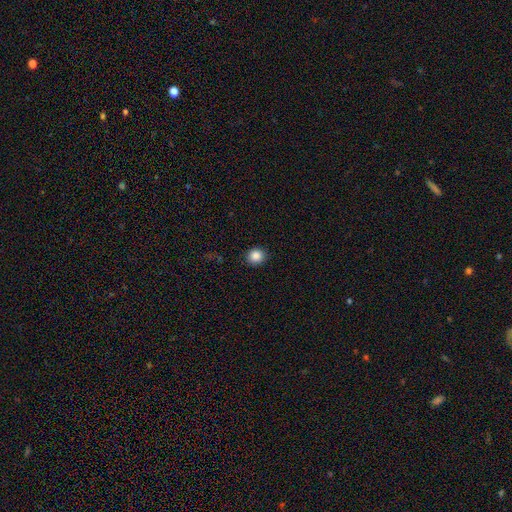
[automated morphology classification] Smooth or featured? Predicted: smooth (p=0.86). How rounded? Predicted: round (p=0.85). Merging? Predicted: none (p=0.91).